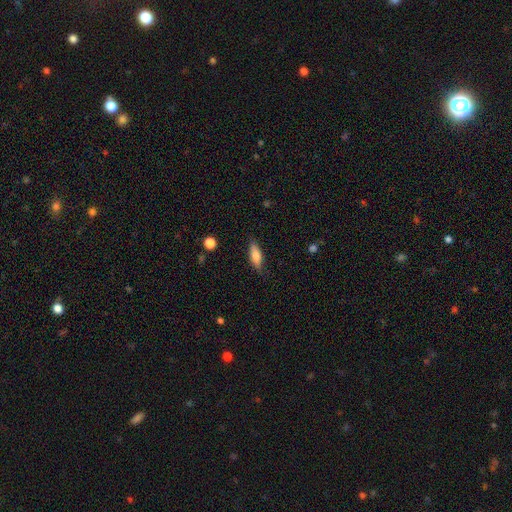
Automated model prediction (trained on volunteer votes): Smooth or featured? smooth (74%)
How rounded? in between (60%)
Merging? none (81%)